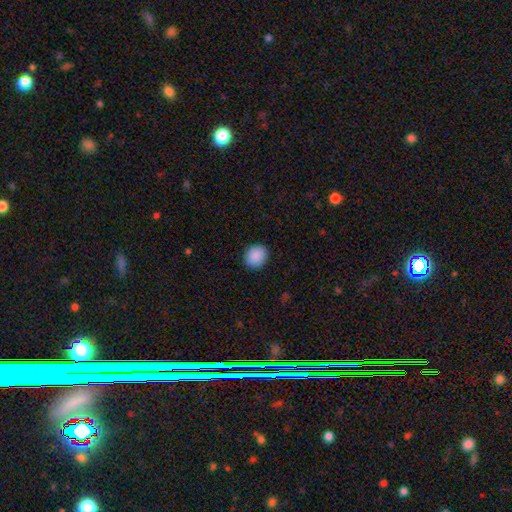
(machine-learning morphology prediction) Smooth or featured: smooth — 90% (star or artifact — 7%)
How rounded: round — 79% (in between — 20%)
Merging: none — 91% (minor disturbance — 6%)